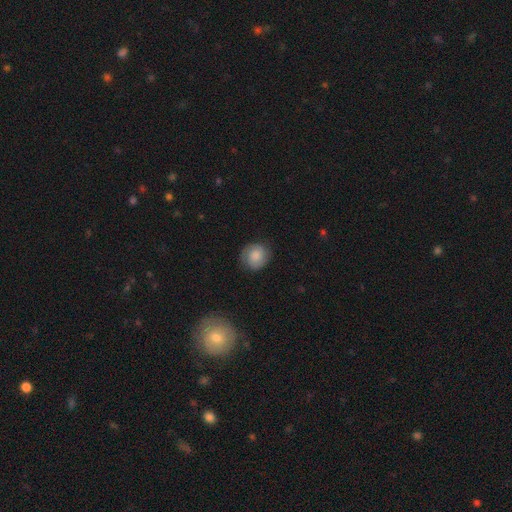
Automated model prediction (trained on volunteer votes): The model was most divided on "smooth or featured": smooth: 70%, featured or disk: 22%, star or artifact: 8%. More confident: merging — none (79%); how rounded — round (79%).